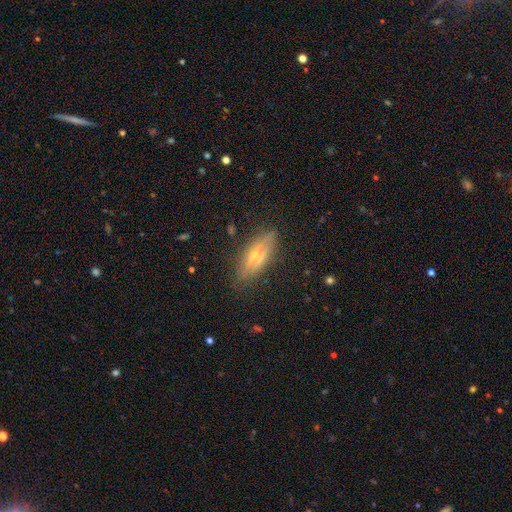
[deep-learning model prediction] This appears to be a featured or disk galaxy (57%) viewed edge-on (84%). Merging: none (83%).